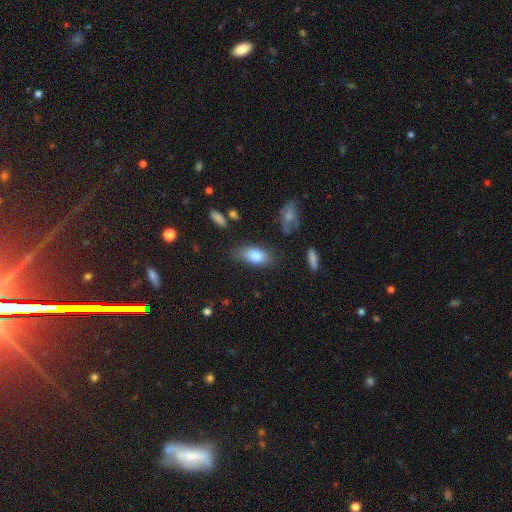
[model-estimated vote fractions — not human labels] Q: Smooth or featured?
A: smooth (81%); runner-up: featured or disk (11%)
Q: How rounded?
A: in between (88%); runner-up: cigar-shaped (7%)
Q: Merging?
A: none (73%); runner-up: minor disturbance (19%)